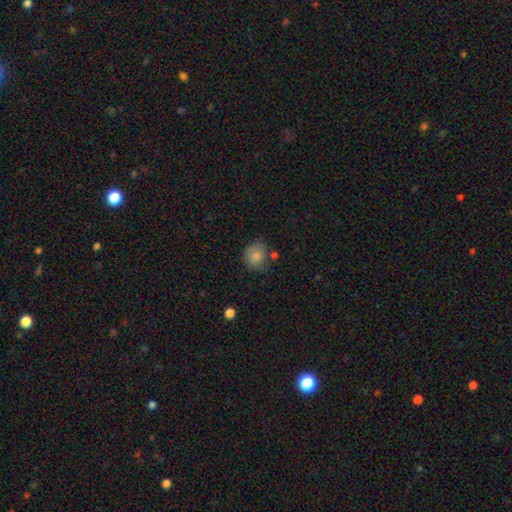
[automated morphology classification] Smooth or featured? smooth (77%)
How rounded? round (71%)
Merging? none (51%)